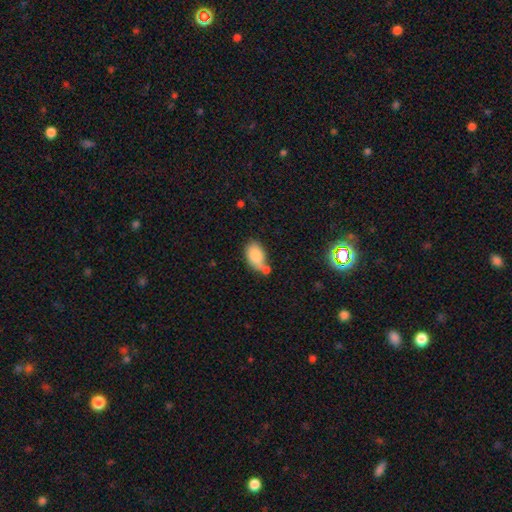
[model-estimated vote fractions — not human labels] Overall: smooth (84%). How rounded: in between (90%). Merging: none (45%; merger 27%).